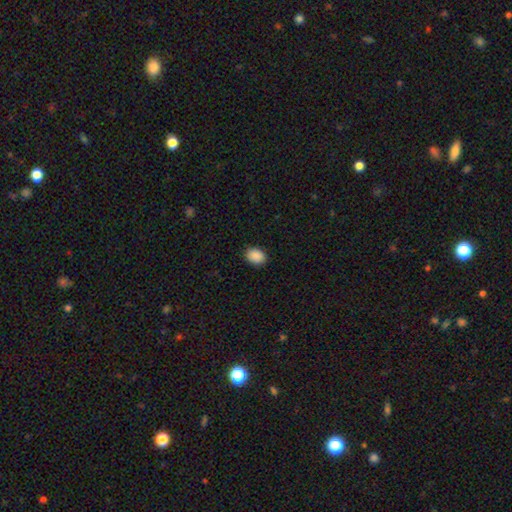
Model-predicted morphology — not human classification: The model was most divided on "how rounded": in between: 66%, round: 33%, cigar-shaped: 1%. More confident: smooth or featured — smooth (90%); merging — none (90%).